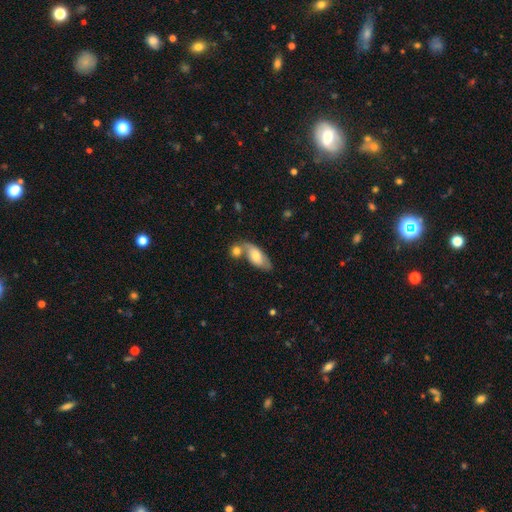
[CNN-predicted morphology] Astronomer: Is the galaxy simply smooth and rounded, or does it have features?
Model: smooth — 66%.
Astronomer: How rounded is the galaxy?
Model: in between — 85%.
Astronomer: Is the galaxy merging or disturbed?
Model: none — 44% (runner-up: merger, 34%).